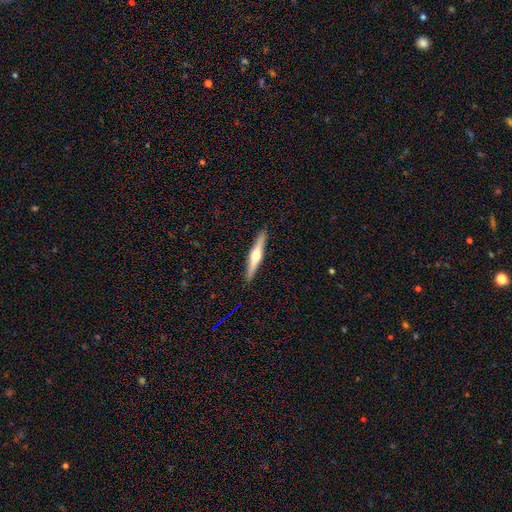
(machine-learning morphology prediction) A featured or disk galaxy (67%) viewed edge-on (98%) with a rounded central bulge (92%).

Vote fractions:
- Smooth or featured? featured or disk: 67% / smooth: 28% / star or artifact: 5%
- Edge-on disk? yes: 98% / no: 2%
- Edge-on bulge? rounded: 92% / boxy: 5% / none: 4%
- Merging? none: 92% / minor disturbance: 6% / major disturbance: 1% / merger: 1%